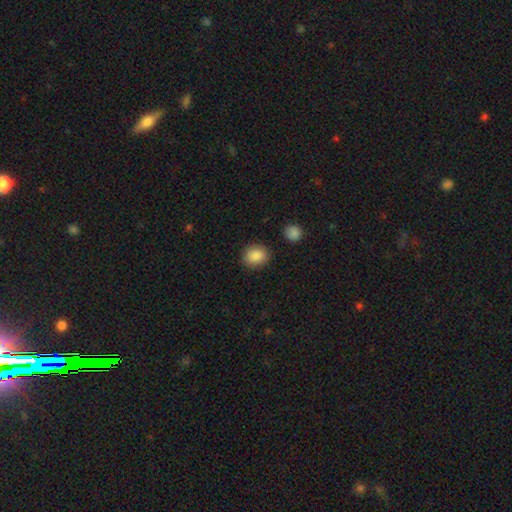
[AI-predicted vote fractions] Smooth or featured: smooth — 87% (star or artifact — 8%)
How rounded: round — 71% (in between — 28%)
Merging: none — 87% (minor disturbance — 8%)